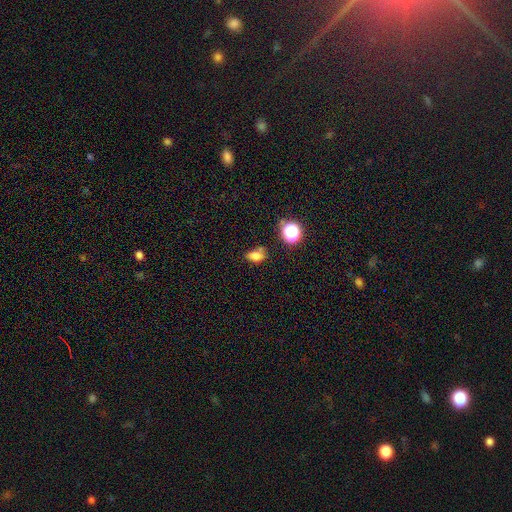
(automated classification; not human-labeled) The model was most divided on "merging": none: 56%, minor disturbance: 23%, merger: 14%, major disturbance: 7%. More confident: how rounded — in between (77%); smooth or featured — smooth (75%).